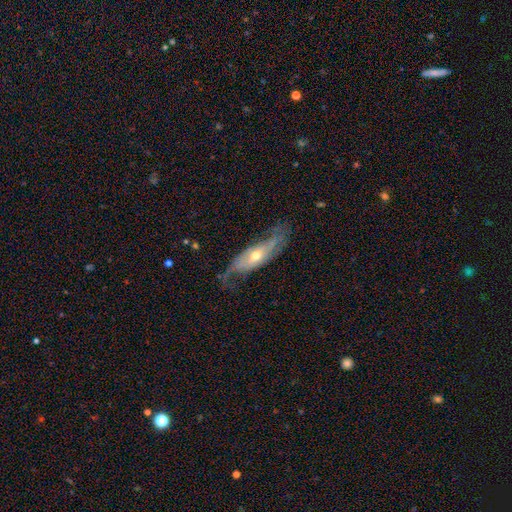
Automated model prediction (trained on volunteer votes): Overall: featured or disk (70%). Edge-on disk: no (75%). Bar: no (62%; weak 25%). Spiral arms: yes (81%). Bulge size: moderate (57%; small 38%). Merging: none (56%; minor disturbance 25%).